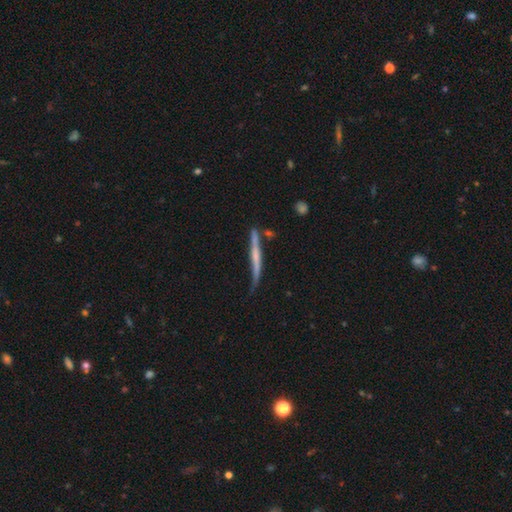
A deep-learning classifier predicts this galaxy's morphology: Overall: featured or disk (58%; smooth 36%). Edge-on disk: yes (94%). Edge-on bulge: none (59%; rounded 29%). Merging: none (62%; minor disturbance 26%).